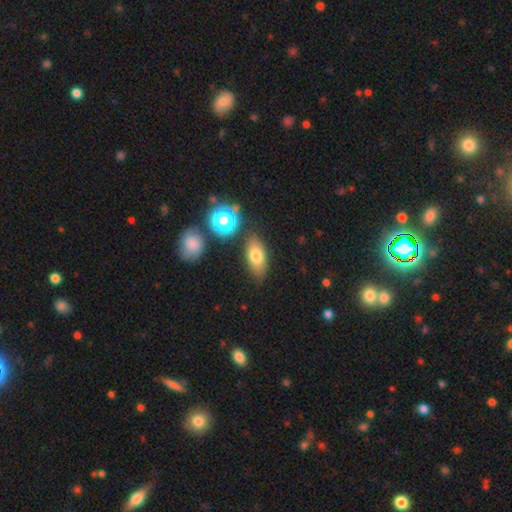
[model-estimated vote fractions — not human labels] The model was most divided on "smooth or featured": smooth: 73%, featured or disk: 16%, star or artifact: 11%. More confident: how rounded — in between (80%); merging — none (79%).